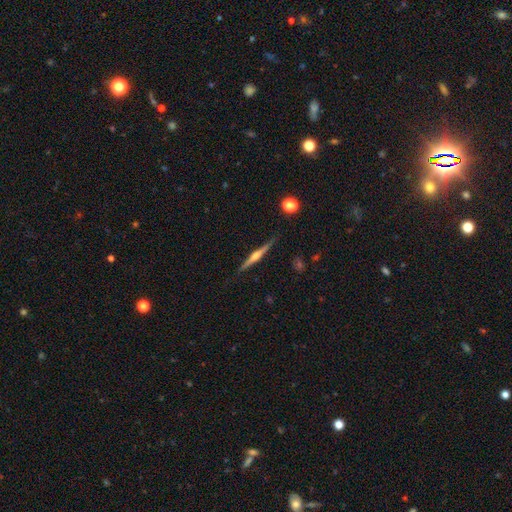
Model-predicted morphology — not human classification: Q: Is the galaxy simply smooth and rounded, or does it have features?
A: featured or disk — 73%.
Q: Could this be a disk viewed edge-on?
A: yes — 98%.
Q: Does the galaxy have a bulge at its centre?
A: rounded — 82%.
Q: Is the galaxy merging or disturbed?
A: none — 88%.